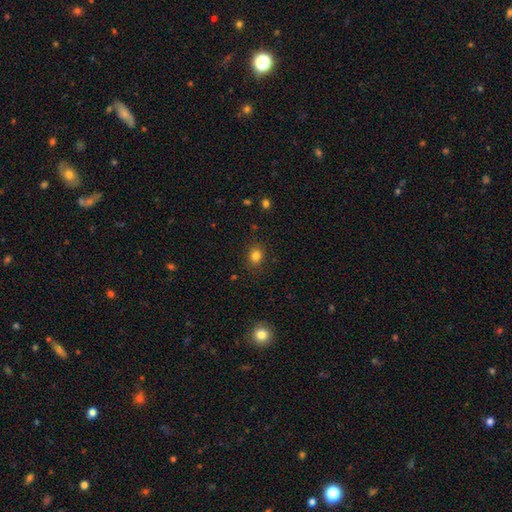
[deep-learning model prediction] Overall: smooth (81%). How rounded: round (62%; in between 37%). Merging: none (87%).